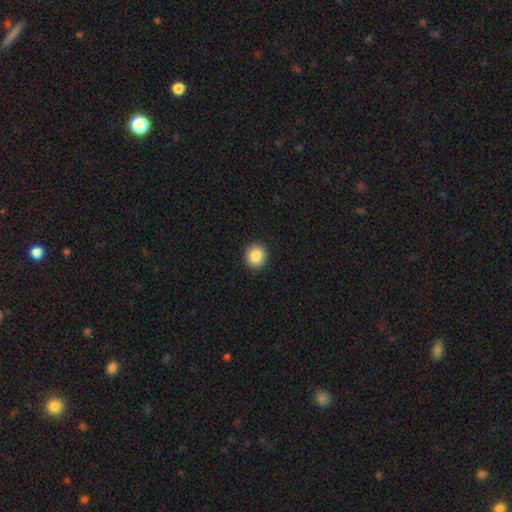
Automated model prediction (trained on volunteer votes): This appears to be a smooth galaxy with no disk features (86%) that is round (88%). Merging: none (92%).